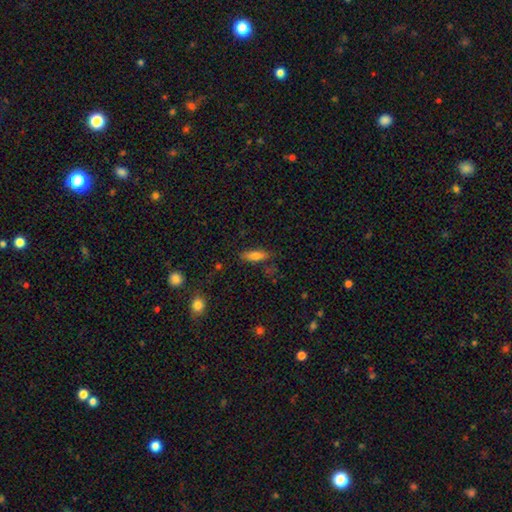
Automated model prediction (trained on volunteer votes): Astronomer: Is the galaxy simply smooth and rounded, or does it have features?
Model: smooth — 72%.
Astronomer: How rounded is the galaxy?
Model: in between — 54% (runner-up: cigar-shaped, 43%).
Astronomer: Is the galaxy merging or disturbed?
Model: none — 77%.